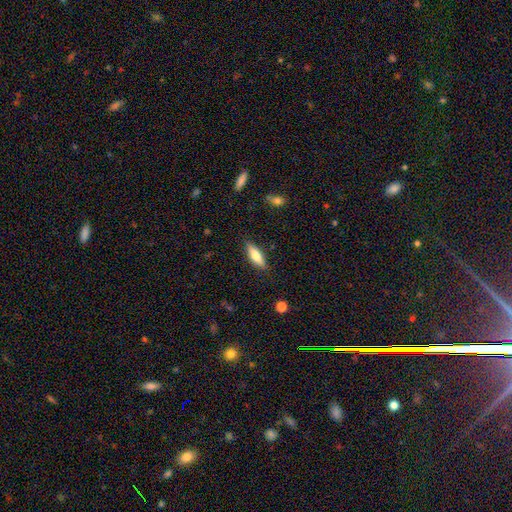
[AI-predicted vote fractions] Smooth or featured? smooth (72%)
How rounded? in between (54%)
Merging? none (84%)